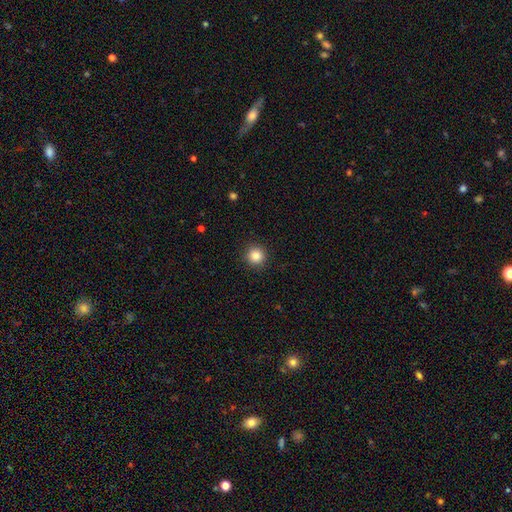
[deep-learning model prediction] This appears to be a smooth galaxy with no disk features (85%) that is round (94%). Merging: none (92%).